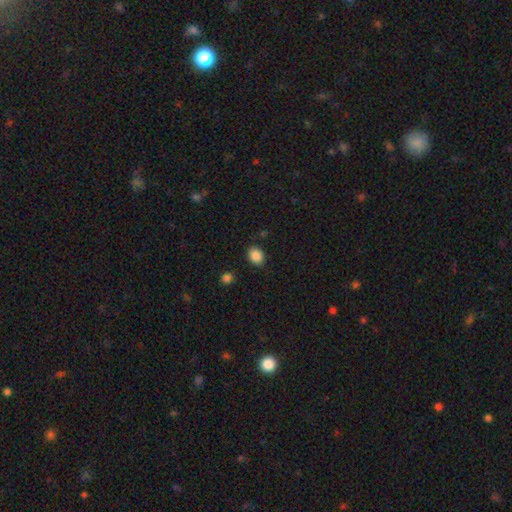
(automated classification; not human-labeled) Morphology: type=smooth (87%); roundness=in between (55%); merging=none (85%).